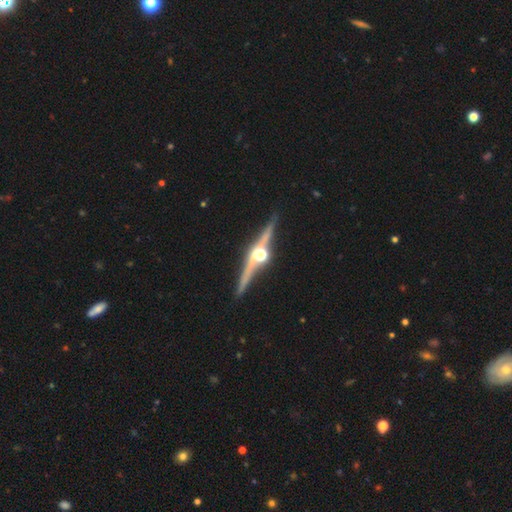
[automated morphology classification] Smooth or featured? featured or disk (89%)
Edge-on disk? yes (98%)
Edge-on bulge? rounded (96%)
Merging? none (85%)